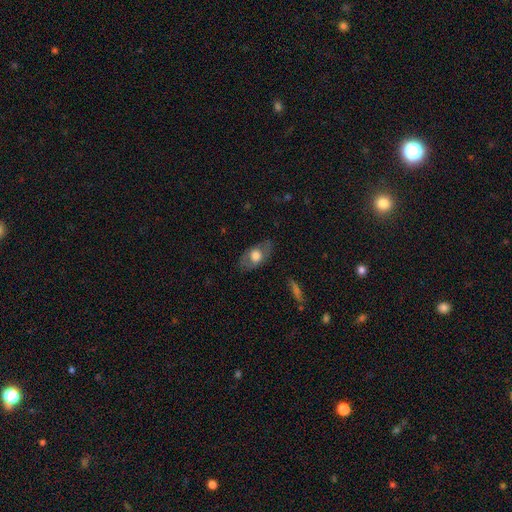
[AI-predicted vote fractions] This is possibly a smooth galaxy (56%). How rounded: clearly in between (86%). Merging: likely none (77%).